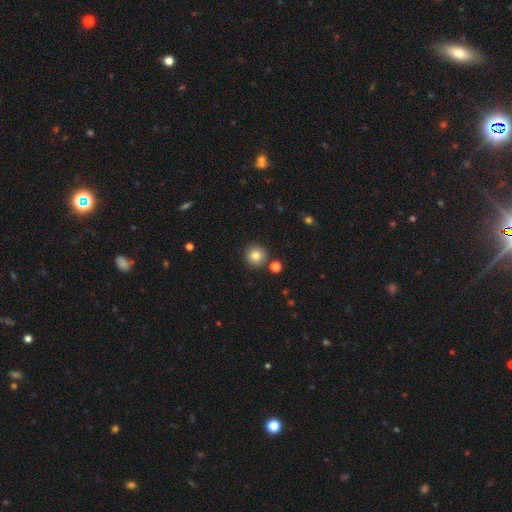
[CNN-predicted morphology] type=smooth (83%); roundness=round (95%); merging=none (87%).